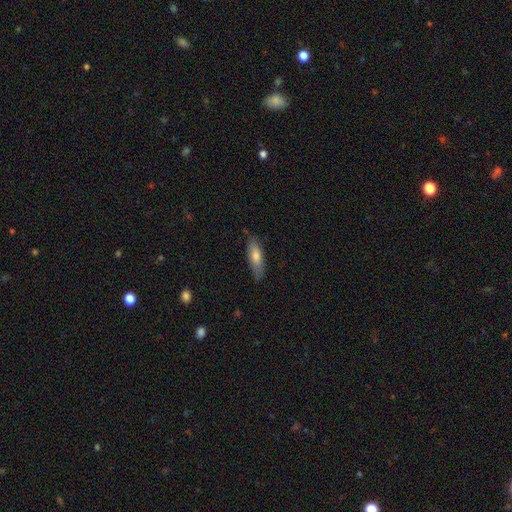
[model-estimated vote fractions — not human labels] Morphology: type=smooth (66%); roundness=cigar-shaped (57%); merging=none (79%).